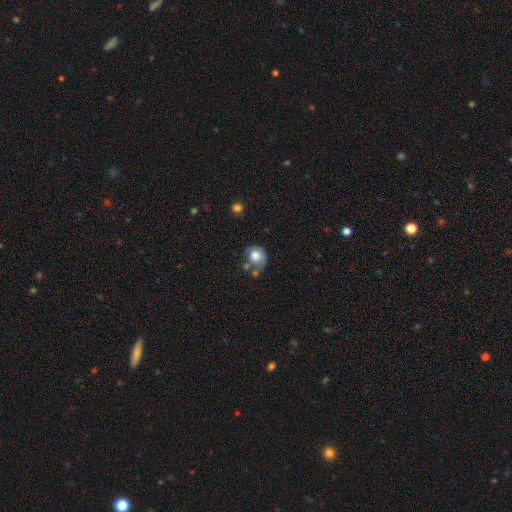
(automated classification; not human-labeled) Smooth or featured? Predicted: smooth (p=0.78). How rounded? Predicted: round (p=0.73). Merging? Predicted: none (p=0.40).